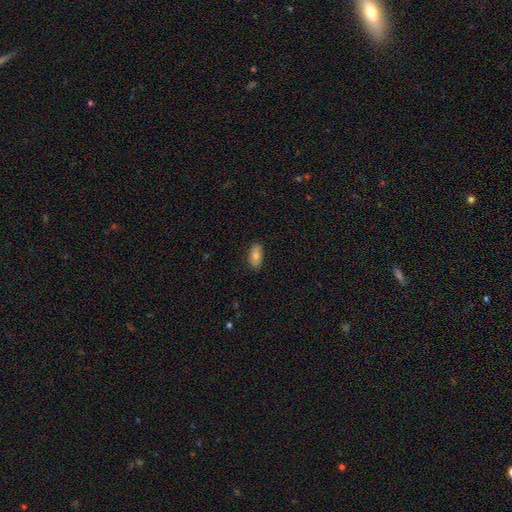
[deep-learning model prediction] Smooth or featured? smooth (75%)
How rounded? in between (92%)
Merging? none (87%)